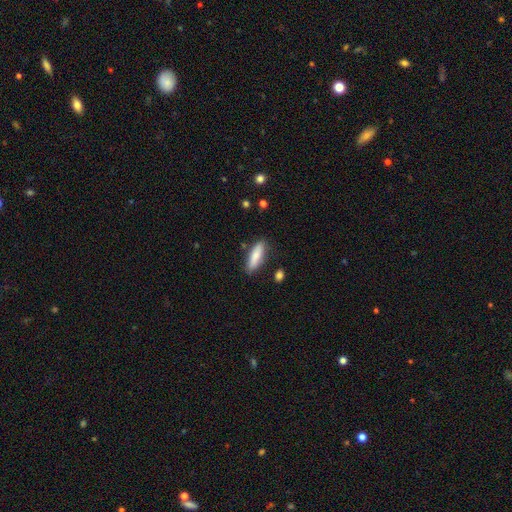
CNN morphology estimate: smooth-or-featured: smooth: 79% | featured or disk: 15% | star or artifact: 6%
  how-rounded: cigar-shaped: 56% | in between: 42% | round: 2%
  merging: none: 82% | minor disturbance: 13% | major disturbance: 3% | merger: 3%